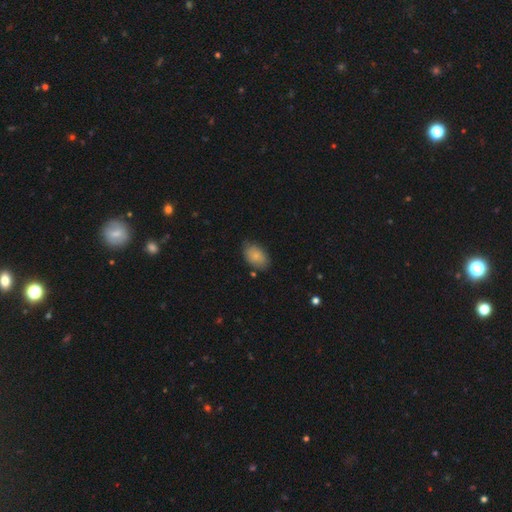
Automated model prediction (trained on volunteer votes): Morphology: type=smooth (81%); roundness=in between (88%); merging=none (77%).